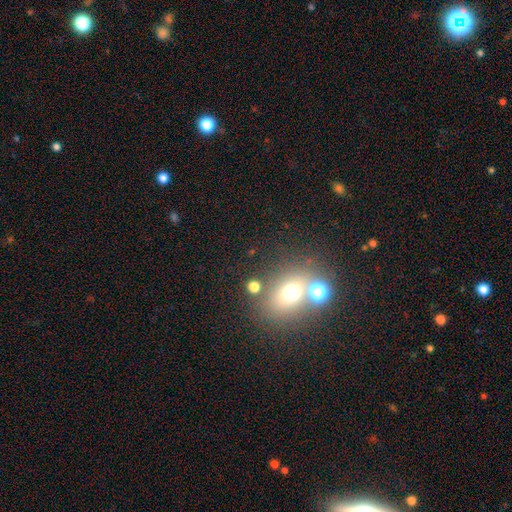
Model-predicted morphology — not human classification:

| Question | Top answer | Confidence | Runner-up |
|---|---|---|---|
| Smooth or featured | smooth | 48% | star or artifact (31%) |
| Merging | none | 49% | merger (37%) |